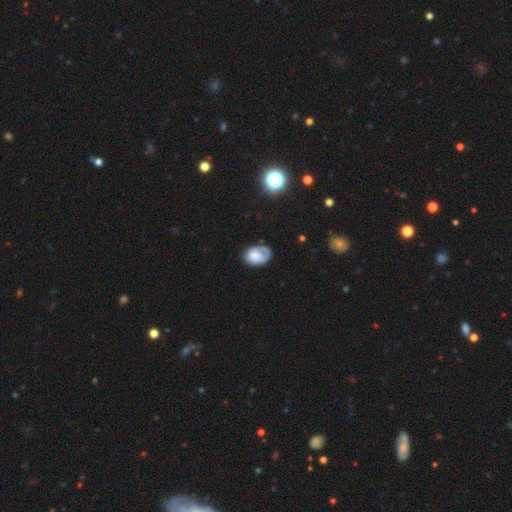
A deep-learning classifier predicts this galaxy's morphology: The model was most divided on "merging": none: 52%, minor disturbance: 30%, major disturbance: 14%, merger: 3%. More confident: how rounded — in between (82%); smooth or featured — smooth (64%).